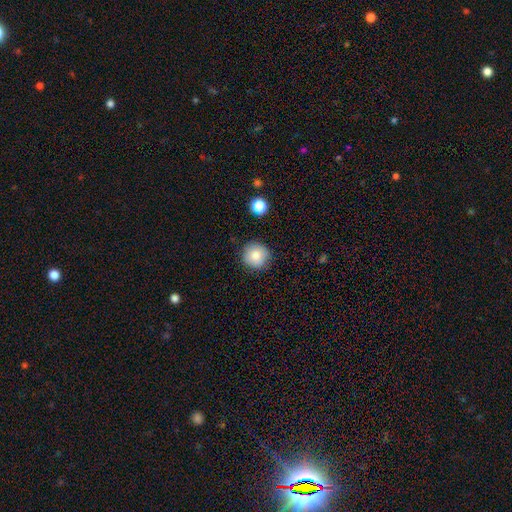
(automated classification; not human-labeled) Q: Smooth or featured?
A: smooth (83%); runner-up: star or artifact (9%)
Q: How rounded?
A: round (93%); runner-up: in between (6%)
Q: Merging?
A: none (87%); runner-up: minor disturbance (9%)